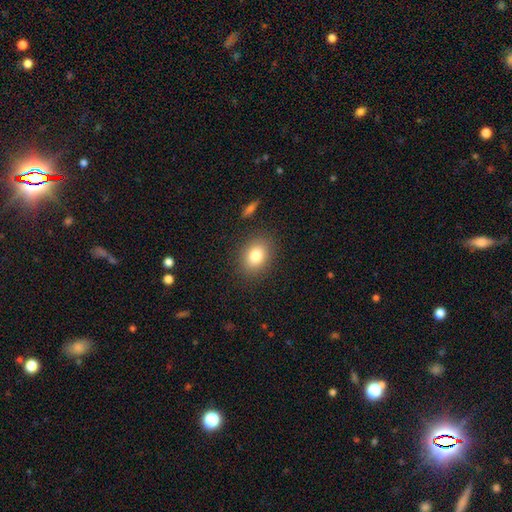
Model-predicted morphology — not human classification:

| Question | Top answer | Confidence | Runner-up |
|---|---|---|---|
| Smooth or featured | smooth | 81% | star or artifact (10%) |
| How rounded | in between | 59% | round (39%) |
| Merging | none | 86% | minor disturbance (9%) |